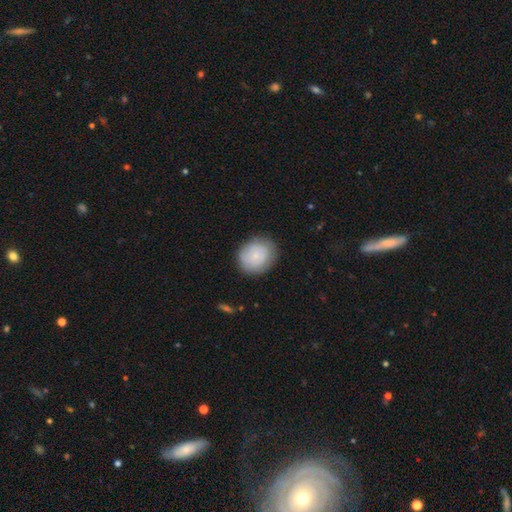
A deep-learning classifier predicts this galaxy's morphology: smooth-or-featured: smooth: 77% | featured or disk: 16% | star or artifact: 8%
  how-rounded: round: 69% | in between: 30% | cigar-shaped: 1%
  merging: none: 81% | minor disturbance: 14% | major disturbance: 4% | merger: 1%